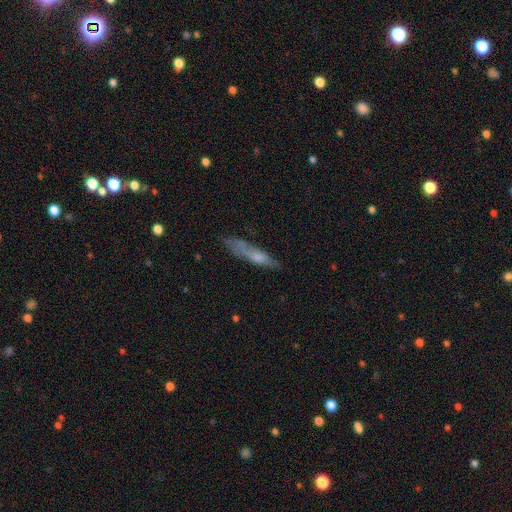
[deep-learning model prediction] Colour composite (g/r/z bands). It shows a smooth galaxy with no disk features (56%) that is cigar-shaped (83%). Merging: none (57%).